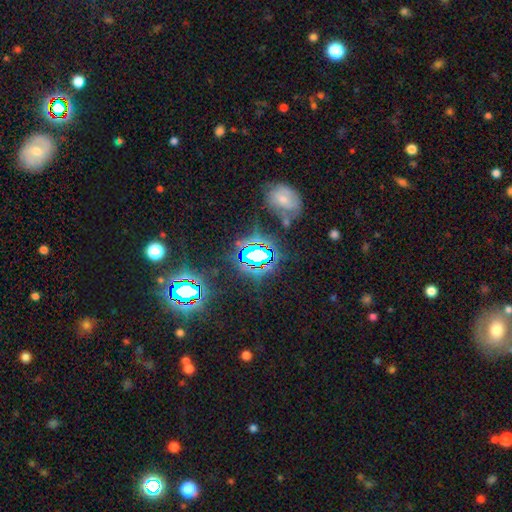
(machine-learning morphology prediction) smooth-or-featured: star or artifact: 75% | smooth: 15% | featured or disk: 10%